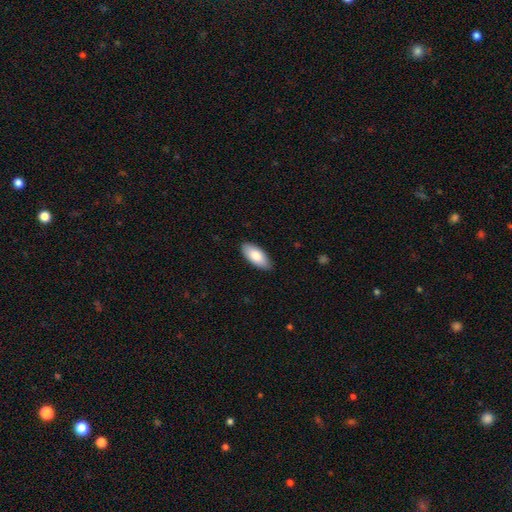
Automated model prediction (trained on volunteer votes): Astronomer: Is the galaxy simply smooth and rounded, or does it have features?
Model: smooth — 84%.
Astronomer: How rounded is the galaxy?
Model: in between — 90%.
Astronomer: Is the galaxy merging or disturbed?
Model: none — 86%.